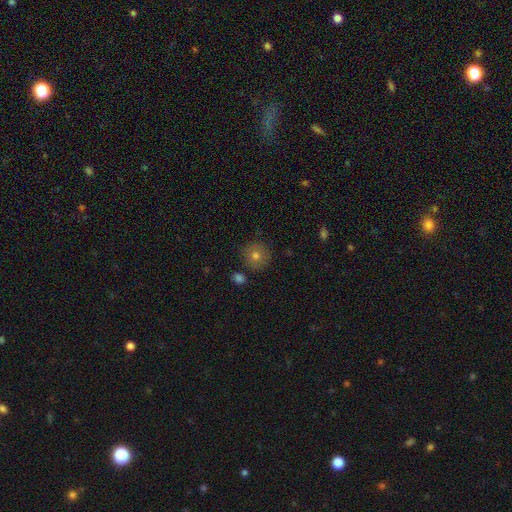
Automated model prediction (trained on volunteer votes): smooth-or-featured: smooth: 72% | featured or disk: 15% | star or artifact: 13%
  how-rounded: round: 94% | in between: 5% | cigar-shaped: 1%
  merging: none: 85% | minor disturbance: 9% | merger: 4% | major disturbance: 2%